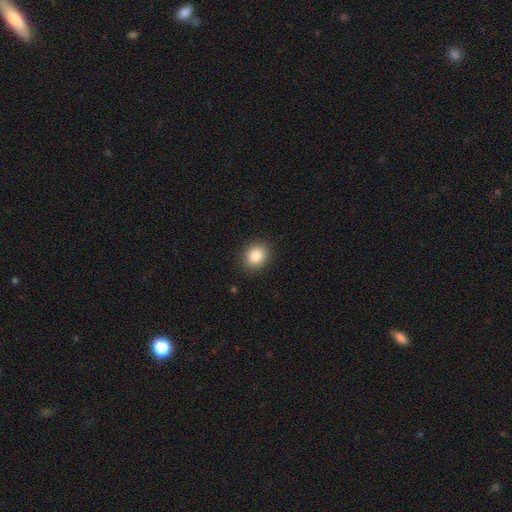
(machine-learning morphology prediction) type=smooth (85%); roundness=round (63%); merging=none (90%).